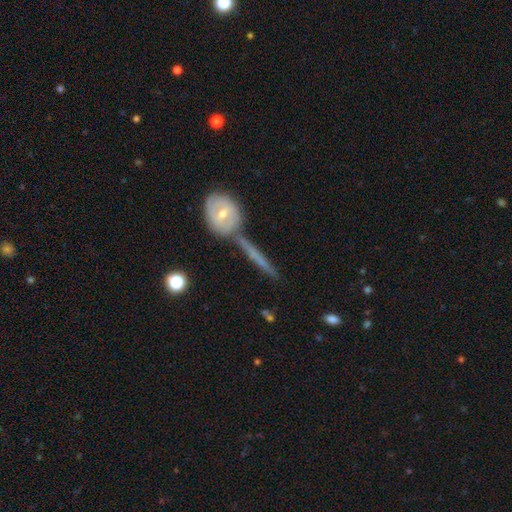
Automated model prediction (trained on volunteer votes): Q: Smooth or featured?
A: featured or disk (53%); runner-up: smooth (37%)
Q: Edge-on disk?
A: yes (78%); runner-up: no (22%)
Q: Merging?
A: none (64%); runner-up: merger (19%)